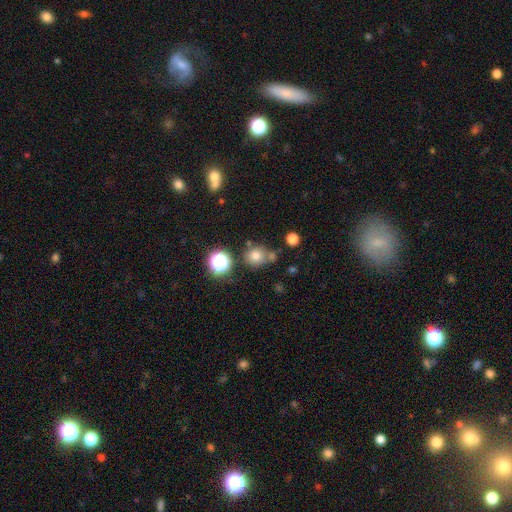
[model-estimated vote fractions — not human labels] A smooth galaxy with no disk features (74%) that is round (82%). Merging: none (66%).